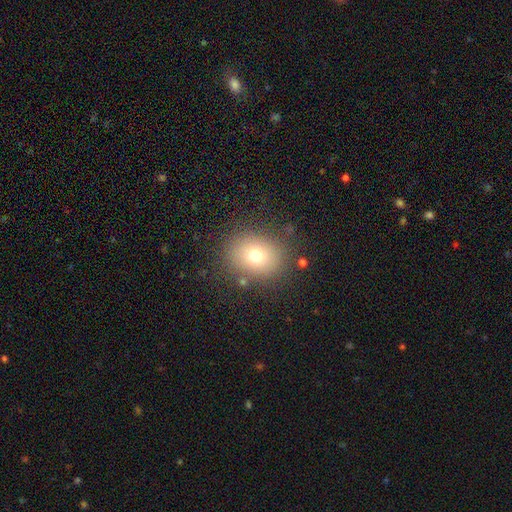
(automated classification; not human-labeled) Smooth or featured? smooth (73%)
How rounded? round (61%)
Merging? none (82%)